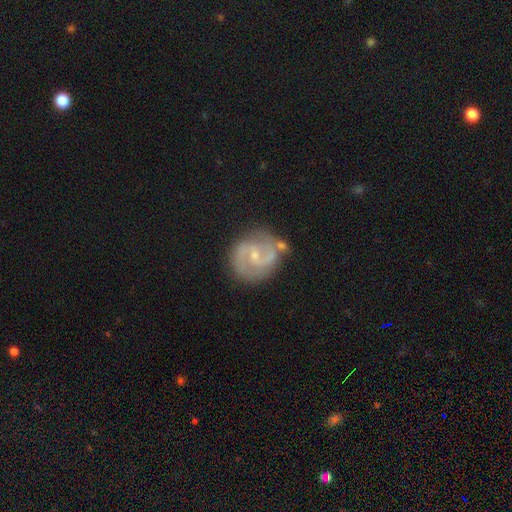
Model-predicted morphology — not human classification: This appears to be a featured or disk galaxy (86%) with a weak bar (49%), 2 (90%) medium (58%) spiral arms (96%) and a small central bulge (70%). Merging: none (71%).